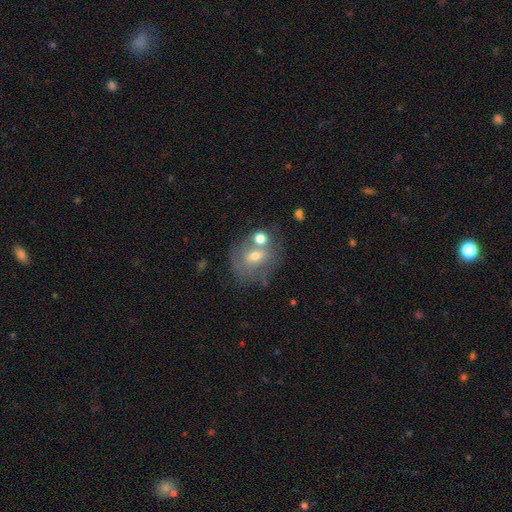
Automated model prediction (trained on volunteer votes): Q: Smooth or featured?
A: smooth (48%); runner-up: featured or disk (40%)
Q: Merging?
A: none (43%); runner-up: merger (32%)